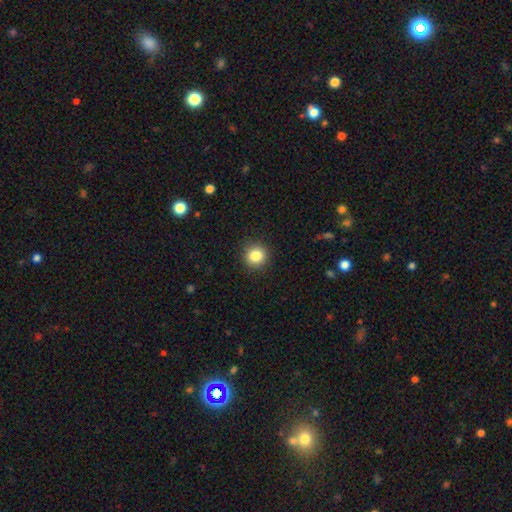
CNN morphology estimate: Q: Smooth or featured?
A: smooth (84%); runner-up: star or artifact (11%)
Q: How rounded?
A: round (93%); runner-up: in between (6%)
Q: Merging?
A: none (91%); runner-up: minor disturbance (6%)